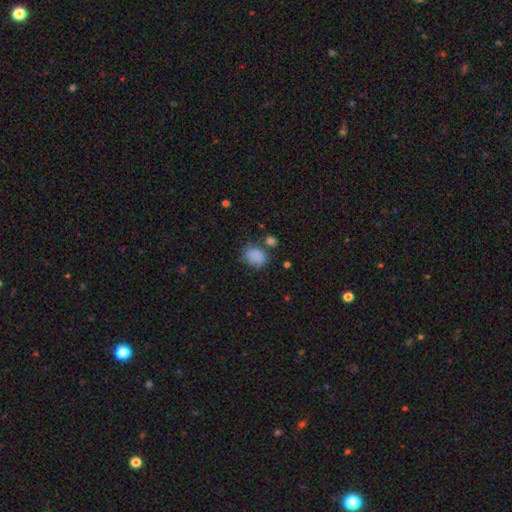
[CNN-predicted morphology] The model was most divided on "how rounded": in between: 55%, round: 44%, cigar-shaped: 1%. More confident: smooth or featured — smooth (82%); merging — none (56%).